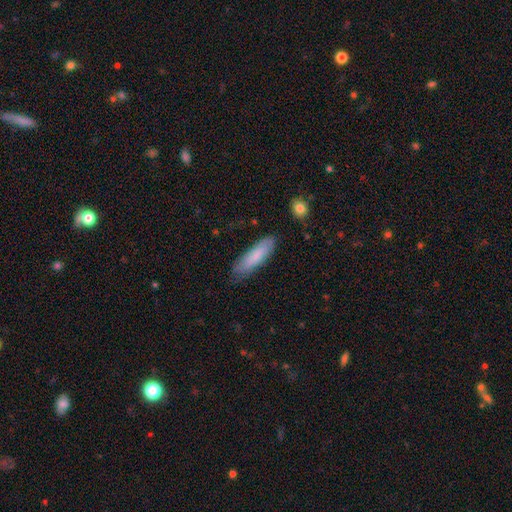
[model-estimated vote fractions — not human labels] The model was most divided on "how rounded": cigar-shaped: 63%, in between: 36%, round: 1%. More confident: smooth or featured — smooth (80%); merging — none (76%).